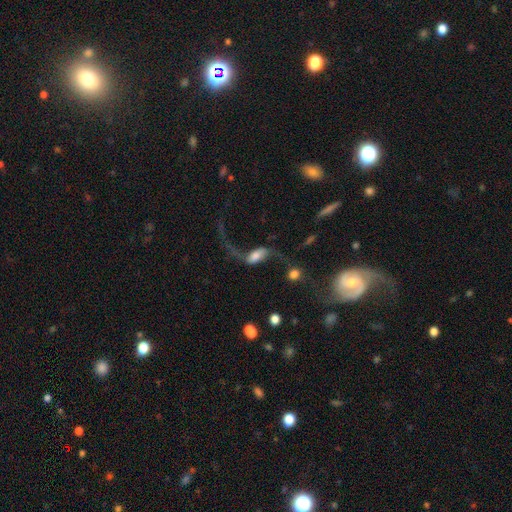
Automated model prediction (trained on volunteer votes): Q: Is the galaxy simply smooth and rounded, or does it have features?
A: featured or disk — 61%.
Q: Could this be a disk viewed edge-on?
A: no — 89%.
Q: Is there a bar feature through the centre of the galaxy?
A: no — 44%.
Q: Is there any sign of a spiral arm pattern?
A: yes — 81%.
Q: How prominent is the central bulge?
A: moderate — 37%.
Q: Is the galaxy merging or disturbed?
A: major disturbance — 38%.